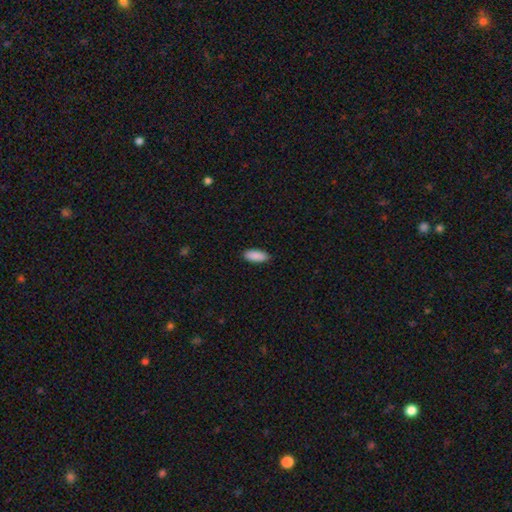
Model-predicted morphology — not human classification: This appears to be a smooth galaxy with no disk features (91%) that is in between round and cigar-shaped (82%). Merging: none (88%).